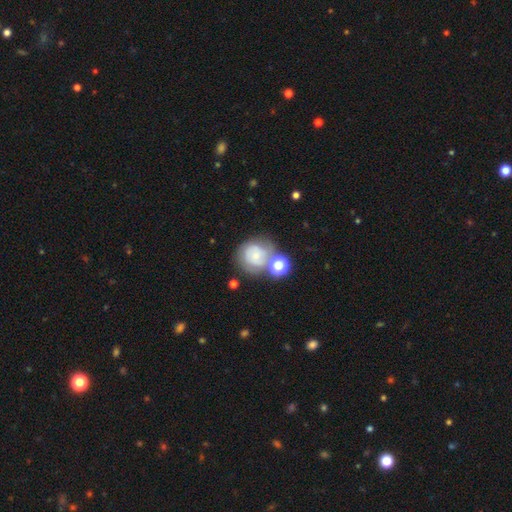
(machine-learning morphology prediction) The model was most divided on "smooth or featured": smooth: 46%, featured or disk: 43%, star or artifact: 12%. Remaining: merging — none (49%).